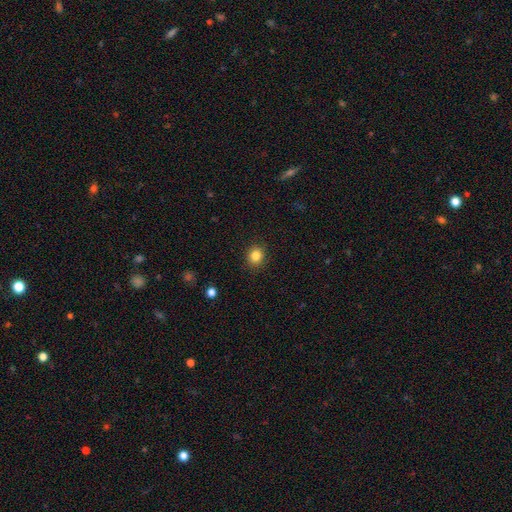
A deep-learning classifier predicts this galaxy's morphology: Smooth or featured: smooth — 84% (star or artifact — 11%)
How rounded: round — 80% (in between — 19%)
Merging: none — 90% (minor disturbance — 7%)